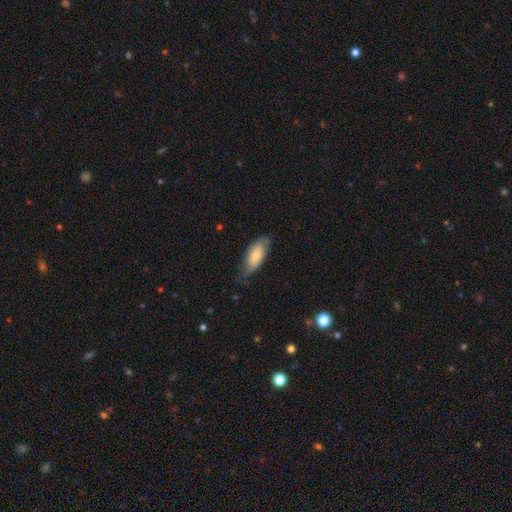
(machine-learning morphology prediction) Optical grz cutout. It shows a smooth galaxy with no disk features (70%) that is in between round and cigar-shaped (83%). Merging: none (62%).